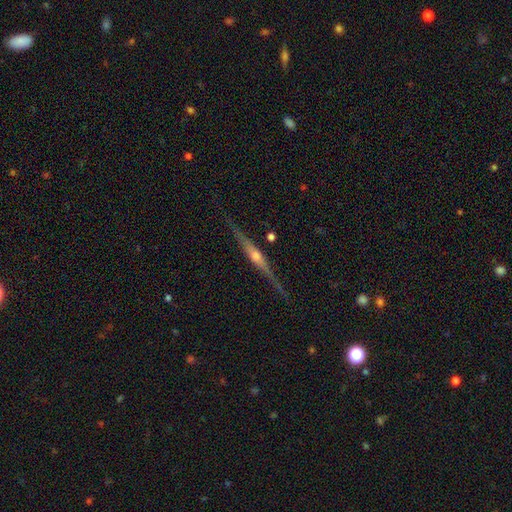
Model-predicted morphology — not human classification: A featured or disk galaxy (84%) viewed edge-on (98%) with a rounded central bulge (86%). Merging: none (87%).